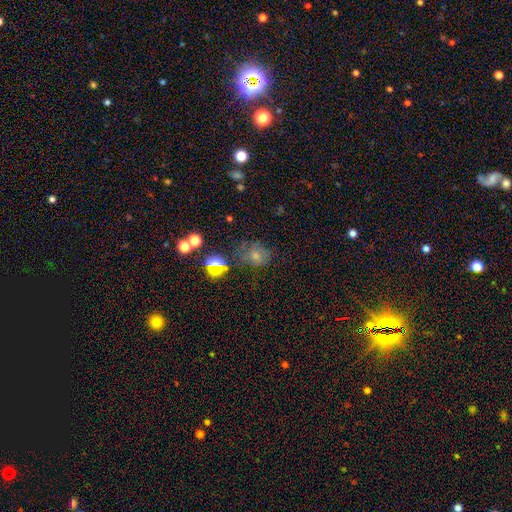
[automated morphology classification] Smooth or featured?
  - smooth: 39% *
  - star or artifact: 37%
  - featured or disk: 23%
Merging?
  - none: 69% *
  - minor disturbance: 18%
  - major disturbance: 9%
  - merger: 4%